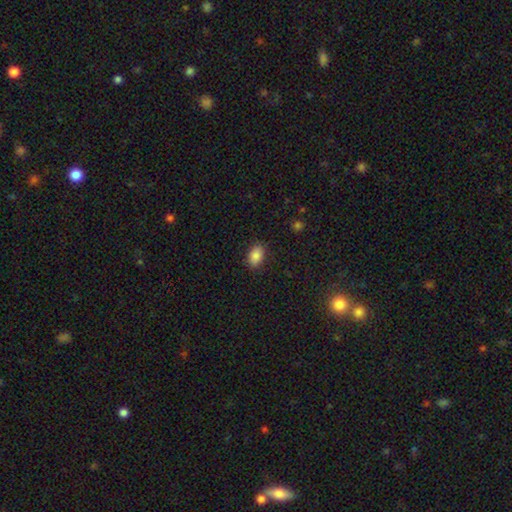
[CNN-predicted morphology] Smooth or featured? Predicted: smooth (p=0.86). How rounded? Predicted: in between (p=0.87). Merging? Predicted: none (p=0.86).